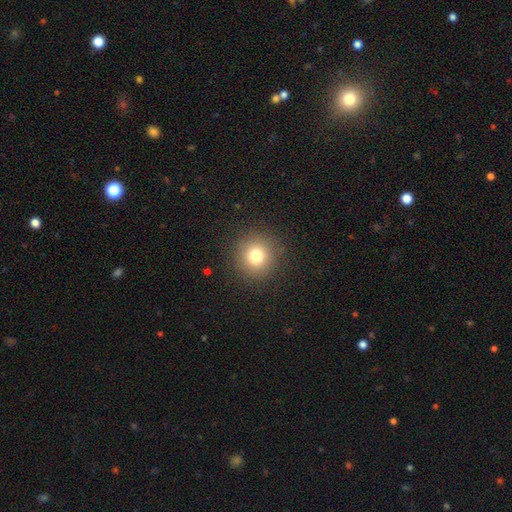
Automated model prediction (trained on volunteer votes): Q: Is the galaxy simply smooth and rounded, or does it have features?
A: smooth — 78%.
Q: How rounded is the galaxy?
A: round — 93%.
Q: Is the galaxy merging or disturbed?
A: none — 90%.